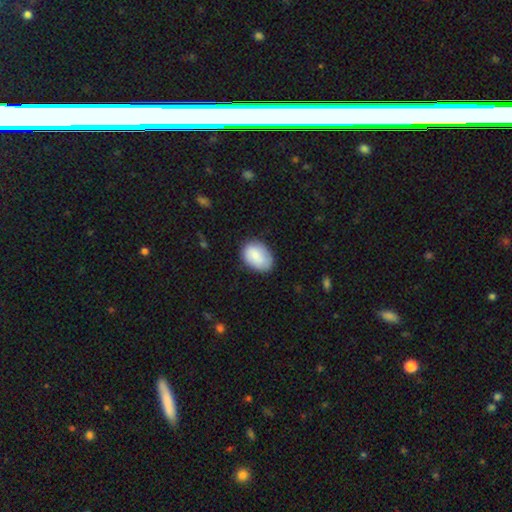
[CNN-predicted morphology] Smooth or featured?
  - smooth: 82% *
  - featured or disk: 12%
  - star or artifact: 6%
How rounded?
  - in between: 80% *
  - round: 19%
  - cigar-shaped: 1%
Merging?
  - none: 76% *
  - minor disturbance: 19%
  - major disturbance: 4%
  - merger: 1%